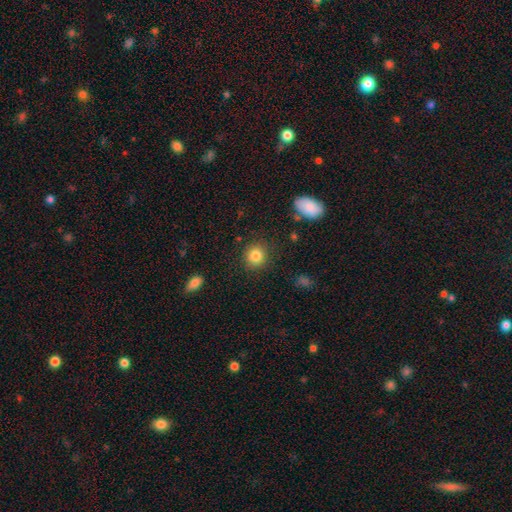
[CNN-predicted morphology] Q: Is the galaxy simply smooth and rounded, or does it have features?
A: smooth — 83%.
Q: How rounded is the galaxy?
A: round — 86%.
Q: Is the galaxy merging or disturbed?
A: none — 88%.